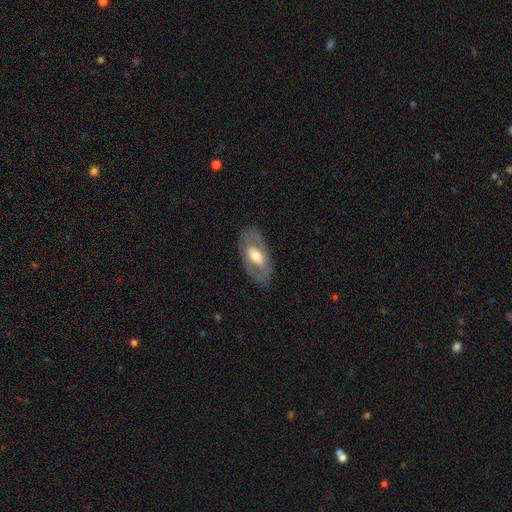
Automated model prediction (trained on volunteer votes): featured or disk 60%, smooth 34%, star or artifact 6%. Down the decision tree: edge-on disk — no (88%); bar — no (38%); spiral arms — no (55%); bulge size — moderate (60%); merging — none (78%).